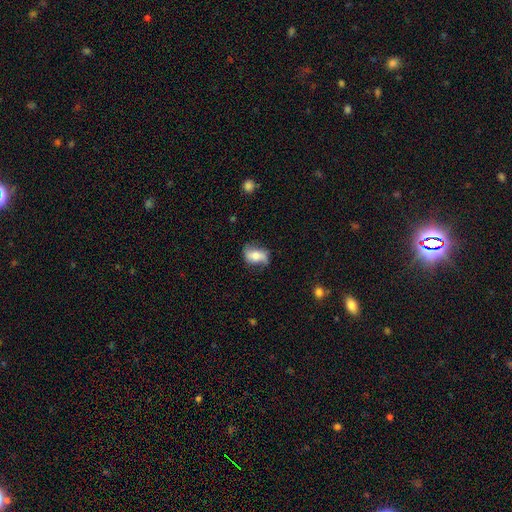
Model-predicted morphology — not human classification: smooth 50%, featured or disk 42%, star or artifact 8%. Down the decision tree: merging — none (59%).